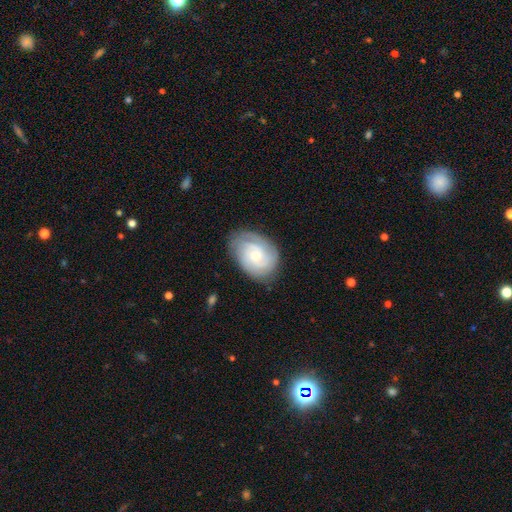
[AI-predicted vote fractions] The model was most divided on "spiral arm count" (2-way tie): 2: 29%, 3: 29%, can't tell: 28%, 4: 6%, 1: 5%, more than 4: 4%. Remaining: edge-on disk — no (97%); spiral arms — yes (94%); merging — none (76%); smooth or featured — featured or disk (73%); bar — no (65%); spiral winding — tight (59%); bulge size — moderate (46%).